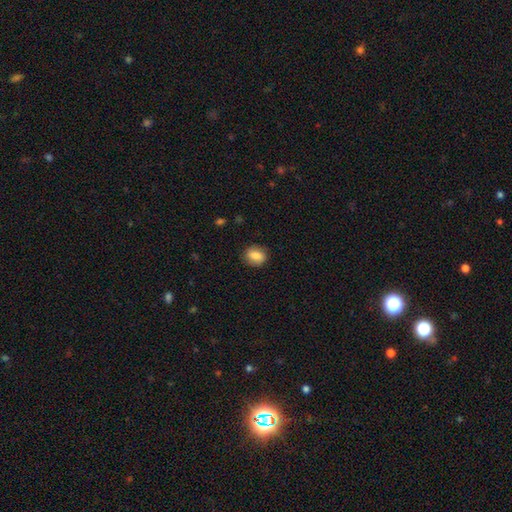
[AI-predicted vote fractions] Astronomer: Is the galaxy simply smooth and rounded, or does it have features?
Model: smooth — 82%.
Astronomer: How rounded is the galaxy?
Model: in between — 51% (runner-up: round, 47%).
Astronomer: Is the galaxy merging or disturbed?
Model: none — 85%.